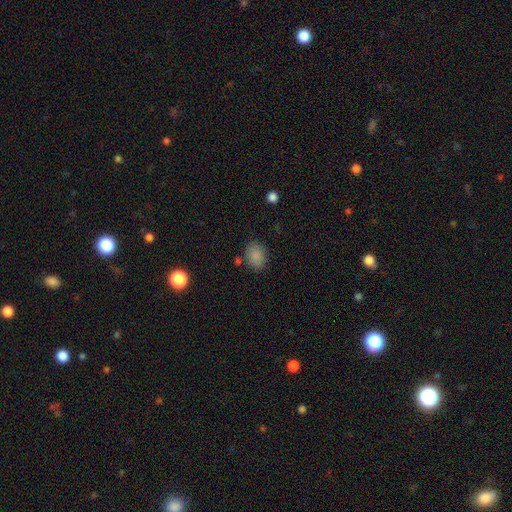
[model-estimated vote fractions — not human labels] Overall: smooth (86%). How rounded: in between (62%; round 37%). Merging: none (79%).